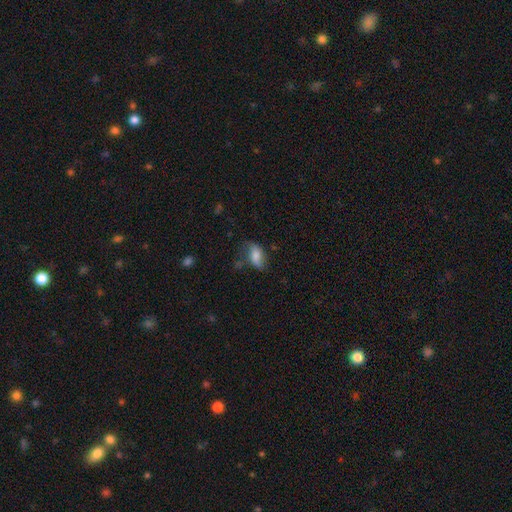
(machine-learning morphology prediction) Smooth or featured?
  - smooth: 70% *
  - featured or disk: 21%
  - star or artifact: 9%
How rounded?
  - in between: 90% *
  - round: 6%
  - cigar-shaped: 5%
Merging?
  - none: 52% *
  - minor disturbance: 30%
  - major disturbance: 13%
  - merger: 4%